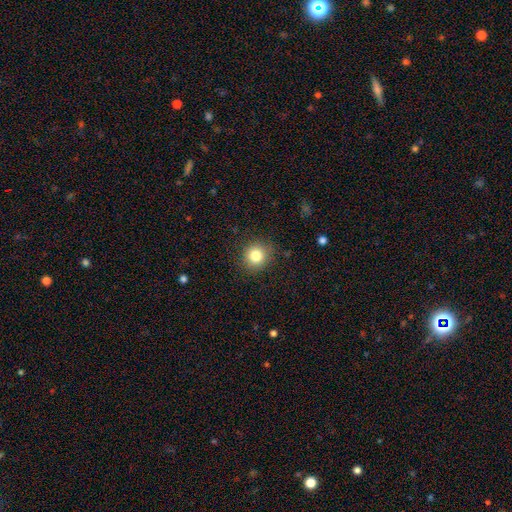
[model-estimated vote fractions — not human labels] This is clearly a smooth galaxy (82%). How rounded: clearly round (88%). Merging: clearly none (88%).